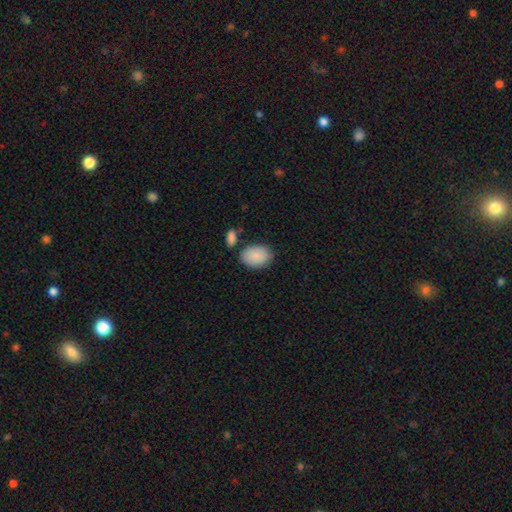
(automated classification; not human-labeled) smooth_or_featured: smooth (p=0.88) [alt: featured or disk p=0.06]
how_rounded: in between (p=0.80) [alt: round p=0.18]
merging: none (p=0.72) [alt: minor disturbance p=0.16]